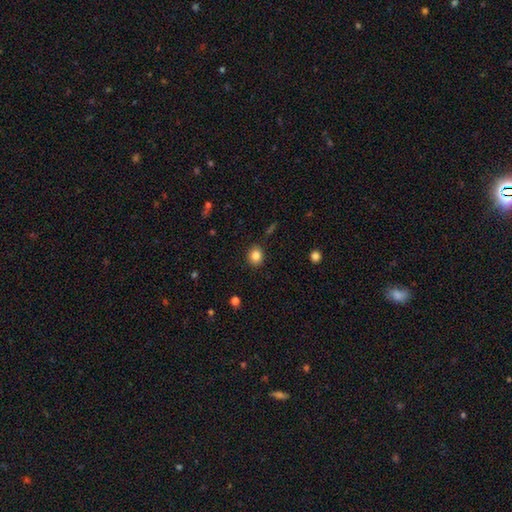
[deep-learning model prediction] smooth 84%, star or artifact 10%, featured or disk 6%. Down the decision tree: how rounded — round (72%); merging — none (88%).